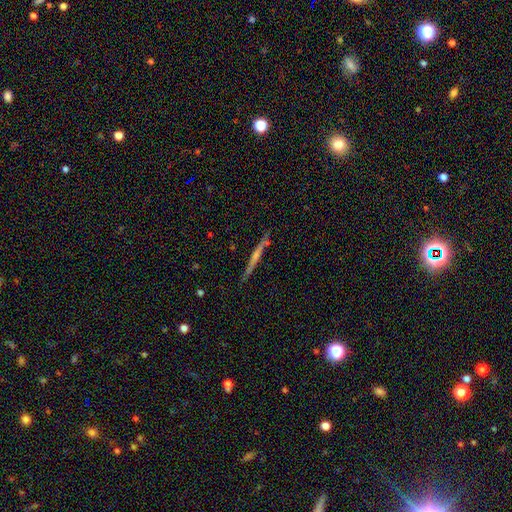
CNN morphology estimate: A featured or disk galaxy (63%) viewed edge-on (96%) with a rounded central bulge (48%).

Vote fractions:
- Smooth or featured? featured or disk: 63% / smooth: 24% / star or artifact: 13%
- Edge-on disk? yes: 96% / no: 4%
- Edge-on bulge? rounded: 48% / none: 42% / boxy: 10%
- Merging? none: 89% / minor disturbance: 7% / major disturbance: 2% / merger: 2%